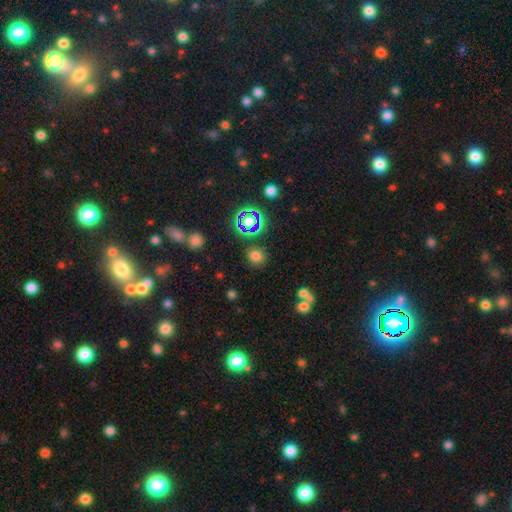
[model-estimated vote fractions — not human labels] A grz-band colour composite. It shows a smooth galaxy with no disk features (70%) that is round (79%). Merging: none (83%).